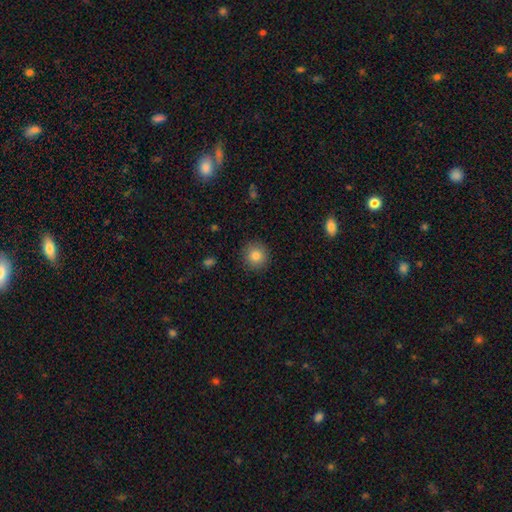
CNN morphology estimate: Smooth or featured: smooth — 83% (star or artifact — 10%)
How rounded: round — 93% (in between — 6%)
Merging: none — 90% (minor disturbance — 7%)